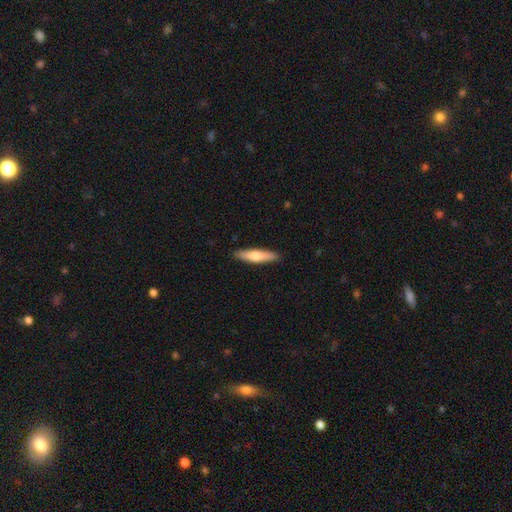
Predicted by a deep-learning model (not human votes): Morphology: type=smooth (64%); roundness=cigar-shaped (79%); merging=none (90%).